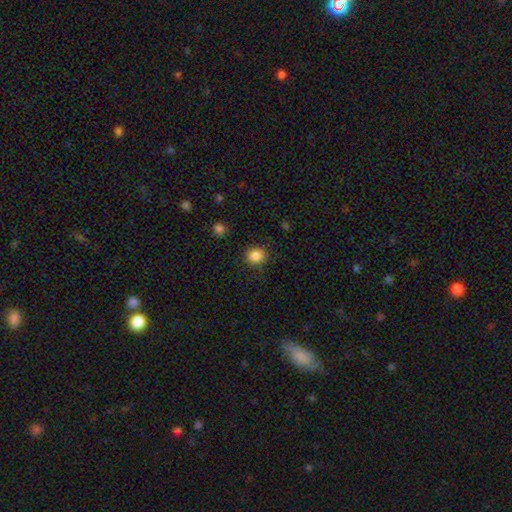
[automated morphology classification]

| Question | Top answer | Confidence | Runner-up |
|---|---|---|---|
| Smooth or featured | smooth | 86% | star or artifact (10%) |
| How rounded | round | 79% | in between (20%) |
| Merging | none | 87% | minor disturbance (9%) |